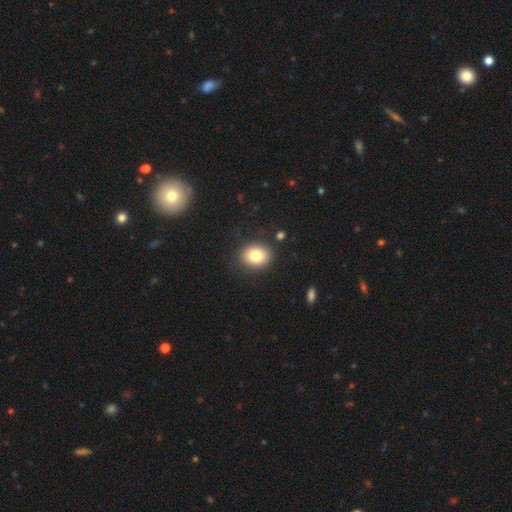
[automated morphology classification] Smooth or featured: smooth — 80% (featured or disk — 11%)
How rounded: round — 54% (in between — 45%)
Merging: none — 86% (minor disturbance — 9%)